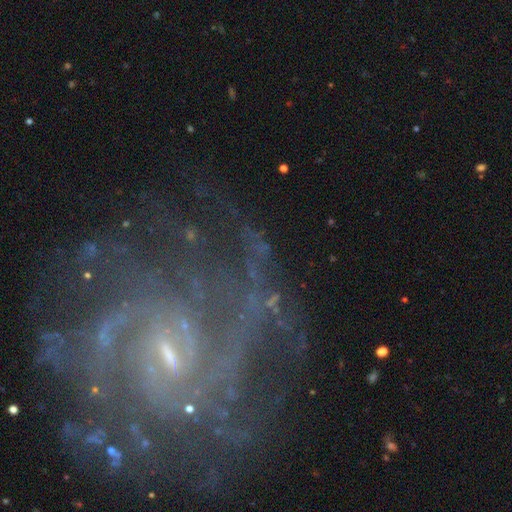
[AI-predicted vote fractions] Overall: featured or disk (87%). Edge-on disk: no (98%). Bar: weak (54%; strong 23%). Spiral arms: yes (97%). Spiral arm count: can't tell (26%; 2 23%). Spiral winding: tight (50%; medium 38%). Bulge size: small (70%). Merging: none (65%).